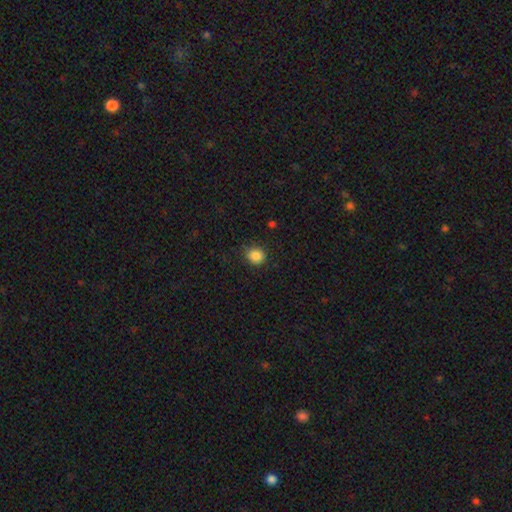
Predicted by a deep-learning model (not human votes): smooth_or_featured: smooth (p=0.87) [alt: star or artifact p=0.10]
how_rounded: round (p=0.75) [alt: in between p=0.24]
merging: none (p=0.80) [alt: minor disturbance p=0.15]